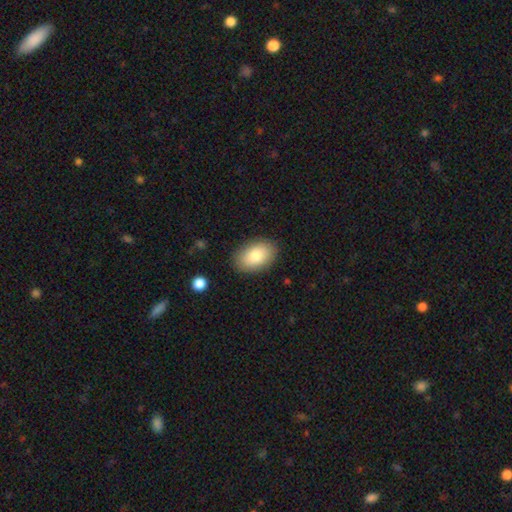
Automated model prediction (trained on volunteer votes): Smooth or featured?
  - smooth: 82% *
  - featured or disk: 11%
  - star or artifact: 7%
How rounded?
  - in between: 90% *
  - round: 9%
  - cigar-shaped: 1%
Merging?
  - none: 87% *
  - minor disturbance: 10%
  - major disturbance: 2%
  - merger: 1%